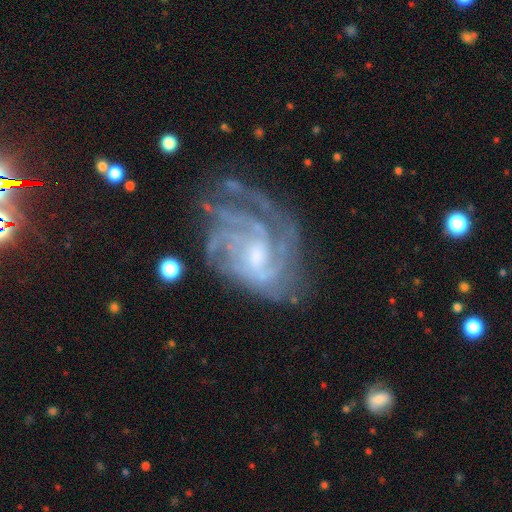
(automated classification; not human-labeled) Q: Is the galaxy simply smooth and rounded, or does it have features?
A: featured or disk — 86%.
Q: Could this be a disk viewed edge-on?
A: no — 97%.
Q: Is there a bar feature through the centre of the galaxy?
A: no — 55%.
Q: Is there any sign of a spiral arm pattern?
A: yes — 95%.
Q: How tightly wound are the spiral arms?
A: tight — 57%.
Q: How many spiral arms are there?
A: can't tell — 33%.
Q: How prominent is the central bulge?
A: moderate — 40%.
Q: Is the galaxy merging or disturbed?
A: none — 57%.